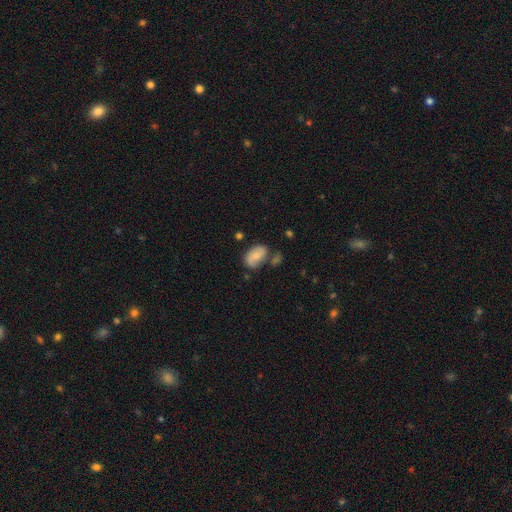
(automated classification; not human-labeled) smooth-or-featured: smooth: 63% | featured or disk: 29% | star or artifact: 8%
  how-rounded: in between: 89% | round: 10% | cigar-shaped: 2%
  merging: none: 54% | minor disturbance: 25% | merger: 12% | major disturbance: 8%